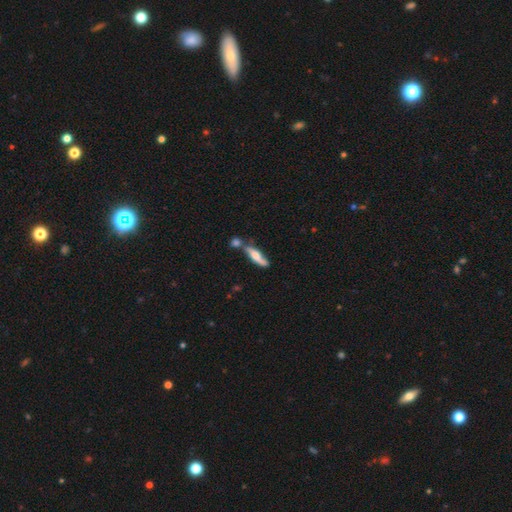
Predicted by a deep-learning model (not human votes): Q: Smooth or featured?
A: featured or disk (51%); runner-up: smooth (43%)
Q: Edge-on disk?
A: yes (66%); runner-up: no (34%)
Q: Merging?
A: none (48%); runner-up: merger (29%)